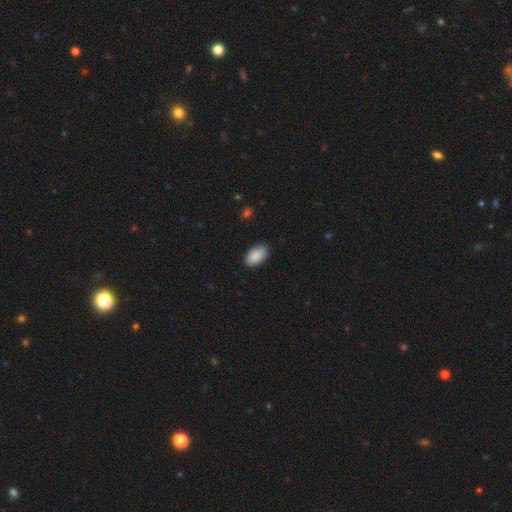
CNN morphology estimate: smooth 90%, star or artifact 6%, featured or disk 4%. Down the decision tree: how rounded — in between (94%); merging — none (87%).